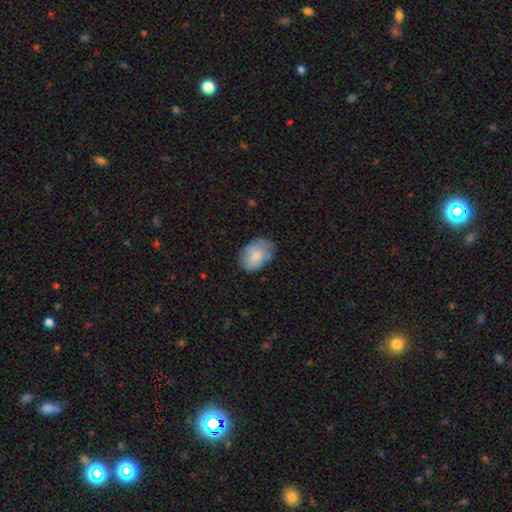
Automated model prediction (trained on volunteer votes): A smooth galaxy with no disk features (74%) that is in between round and cigar-shaped (84%). Merging: none (66%).